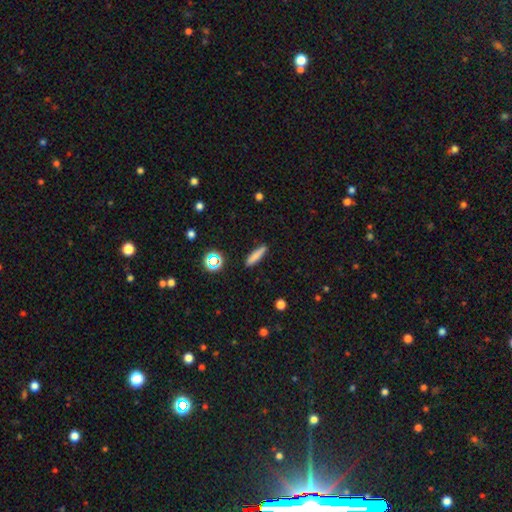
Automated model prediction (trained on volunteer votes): Overall: smooth (79%). How rounded: cigar-shaped (83%). Merging: none (88%).